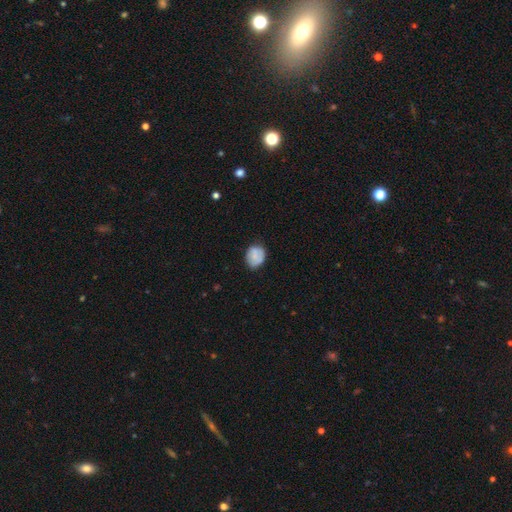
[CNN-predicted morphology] Smooth or featured? Predicted: smooth (p=0.74). How rounded? Predicted: round (p=0.53). Merging? Predicted: none (p=0.70).